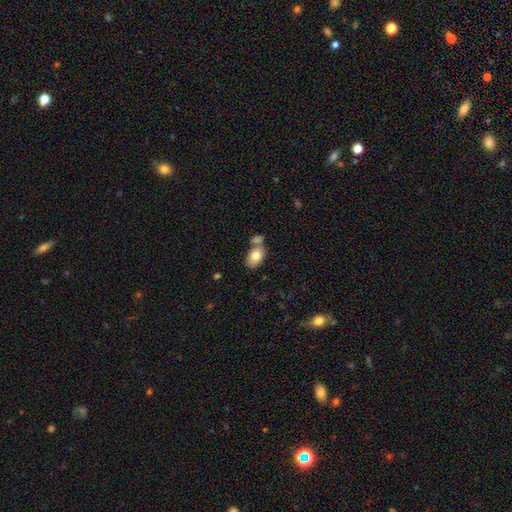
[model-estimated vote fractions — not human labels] A smooth galaxy with no disk features (77%) that is in between round and cigar-shaped (88%).

Vote fractions:
- Smooth or featured? smooth: 77% / featured or disk: 15% / star or artifact: 7%
- How rounded? in between: 88% / round: 11% / cigar-shaped: 2%
- Merging? none: 53% / merger: 28% / minor disturbance: 14% / major disturbance: 4%